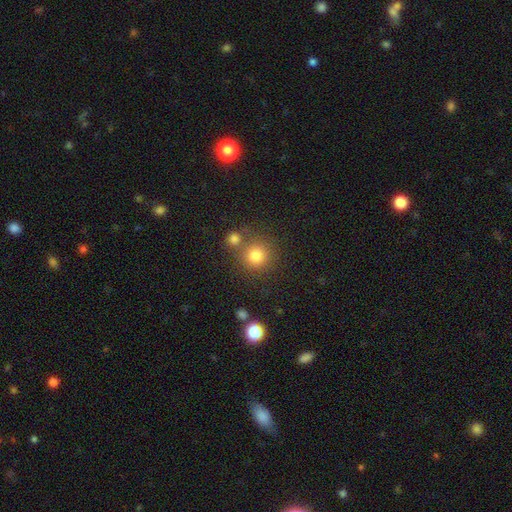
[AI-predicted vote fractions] A smooth galaxy with no disk features (79%) that is round (92%). Merging: none (69%).